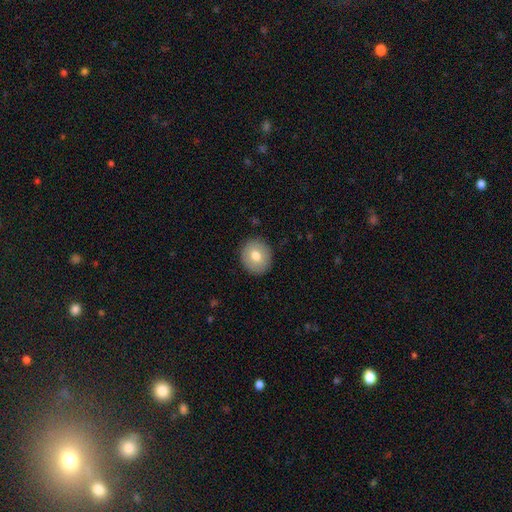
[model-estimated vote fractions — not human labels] Smooth or featured: smooth — 75% (featured or disk — 17%)
How rounded: round — 84% (in between — 15%)
Merging: none — 90% (minor disturbance — 7%)